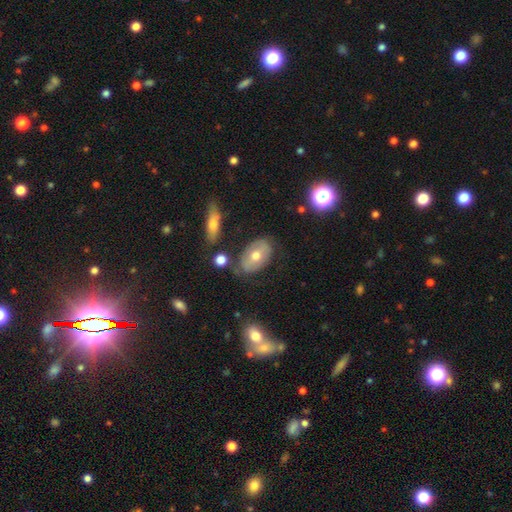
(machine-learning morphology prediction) A smooth galaxy with no disk features (51%) that is in between round and cigar-shaped (87%). Merging: none (71%).